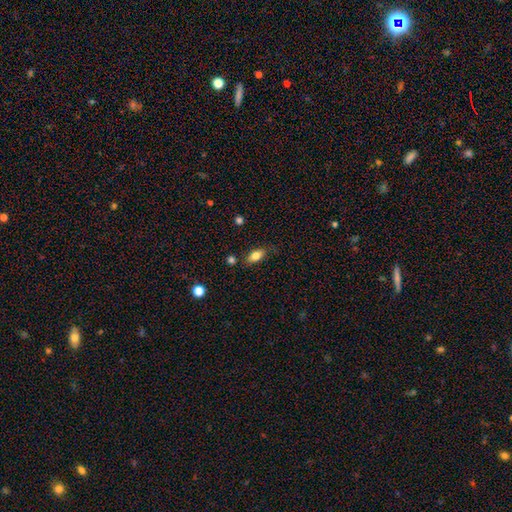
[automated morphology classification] This is likely a smooth galaxy (79%). How rounded: clearly in between (85%). Merging: likely none (79%).